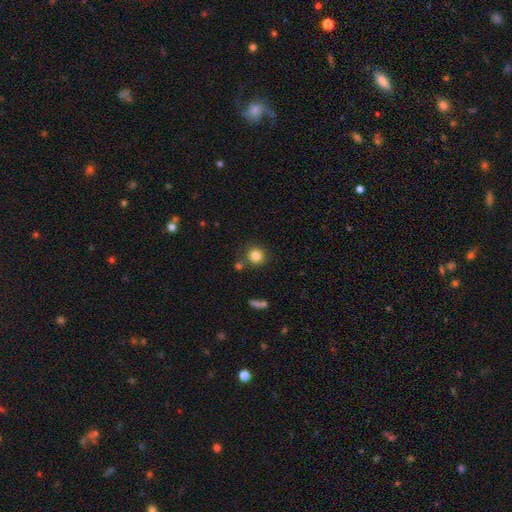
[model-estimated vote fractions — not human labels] smooth-or-featured: smooth: 83% | star or artifact: 11% | featured or disk: 6%
  how-rounded: round: 91% | in between: 8% | cigar-shaped: 1%
  merging: none: 78% | minor disturbance: 10% | merger: 9% | major disturbance: 3%